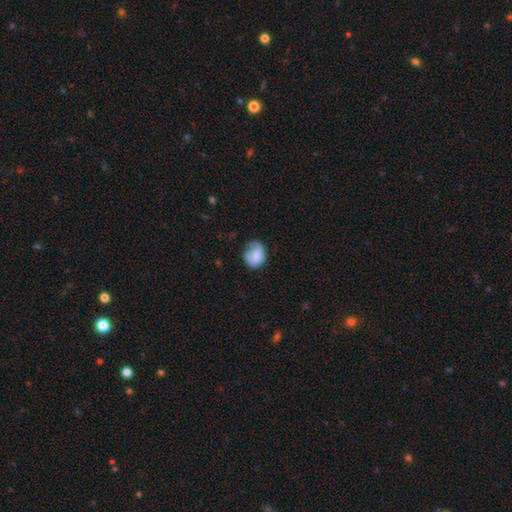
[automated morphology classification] Smooth or featured? Predicted: smooth (p=0.79). How rounded? Predicted: in between (p=0.51). Merging? Predicted: none (p=0.49).